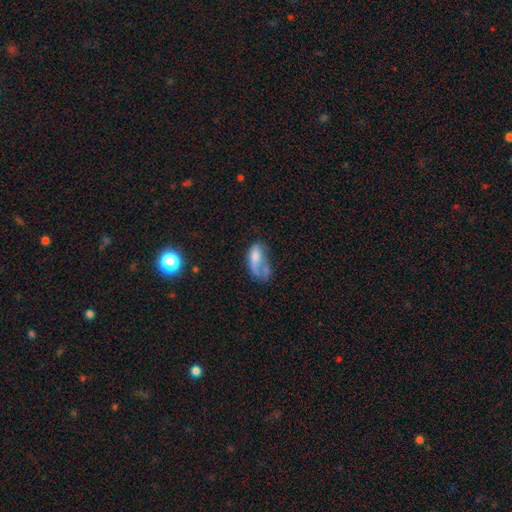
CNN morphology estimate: A smooth galaxy with no disk features (58%) that is in between round and cigar-shaped (88%). Merging: major disturbance (42%).